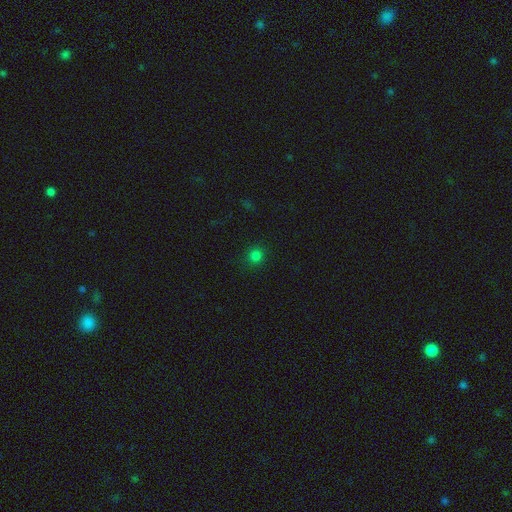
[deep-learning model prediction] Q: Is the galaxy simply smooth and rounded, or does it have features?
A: smooth — 80%.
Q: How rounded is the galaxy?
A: round — 91%.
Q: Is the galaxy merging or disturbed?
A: none — 90%.